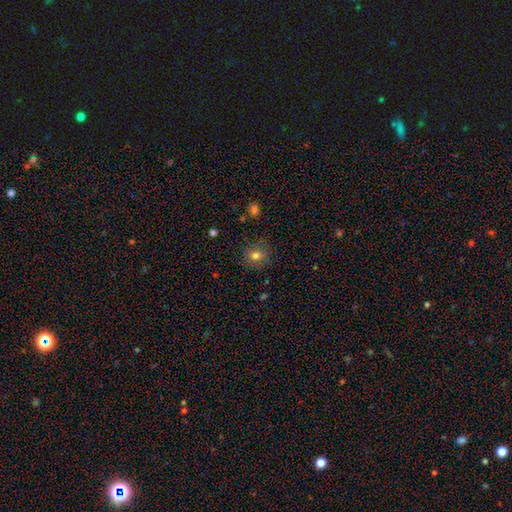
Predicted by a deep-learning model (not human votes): This appears to be a smooth galaxy with no disk features (78%) that is round (82%). Merging: none (83%).